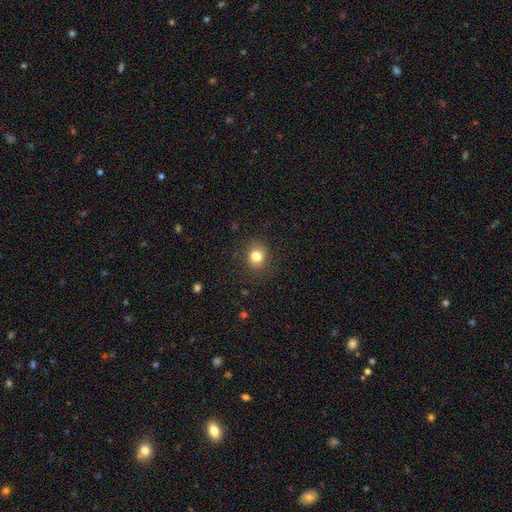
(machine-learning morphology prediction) This appears to be a smooth galaxy with no disk features (81%) that is round (67%). Merging: none (82%).